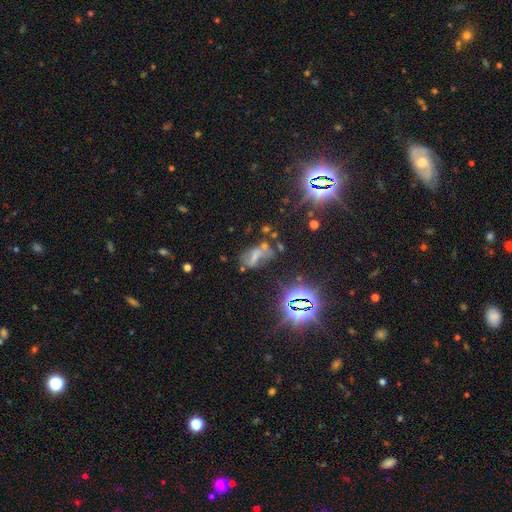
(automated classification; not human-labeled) Morphology: type=smooth (36%); merging=none (35%).